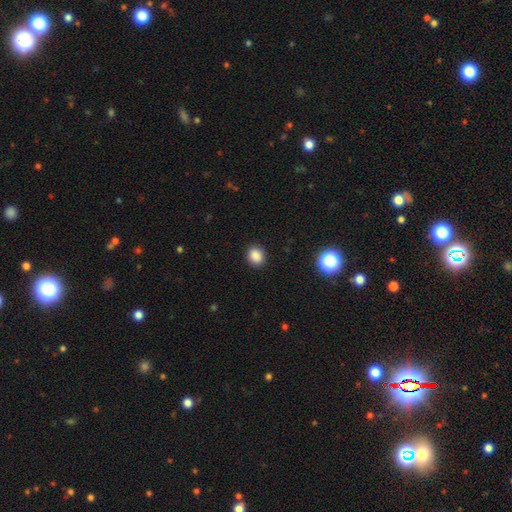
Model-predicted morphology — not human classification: This is clearly a smooth galaxy (87%). How rounded: likely round (61%). Merging: clearly none (90%).